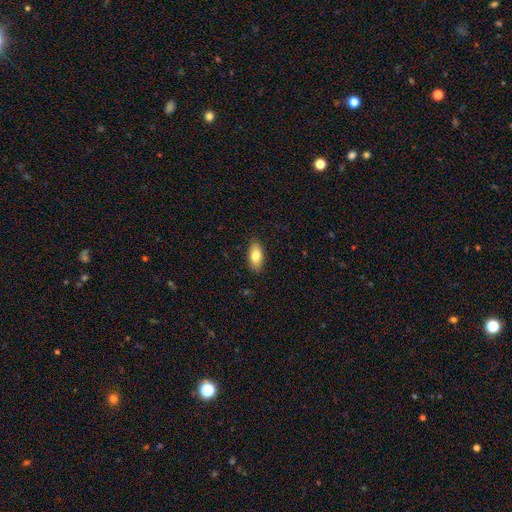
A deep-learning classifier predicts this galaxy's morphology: Smooth or featured? smooth (81%)
How rounded? in between (89%)
Merging? none (86%)